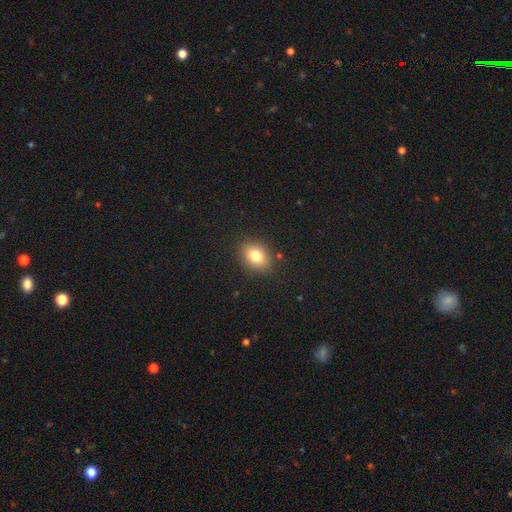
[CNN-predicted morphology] smooth_or_featured: smooth (p=0.79) [alt: star or artifact p=0.11]
how_rounded: in between (p=0.64) [alt: round p=0.35]
merging: none (p=0.87) [alt: minor disturbance p=0.09]